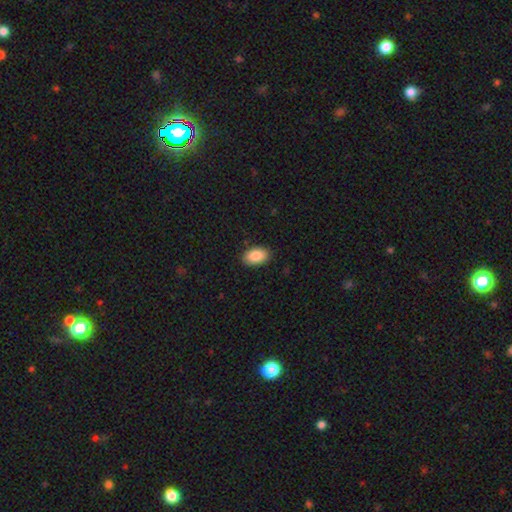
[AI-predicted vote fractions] smooth-or-featured: smooth: 88% | star or artifact: 7% | featured or disk: 6%
  how-rounded: in between: 92% | round: 7% | cigar-shaped: 1%
  merging: none: 88% | minor disturbance: 9% | major disturbance: 2% | merger: 1%